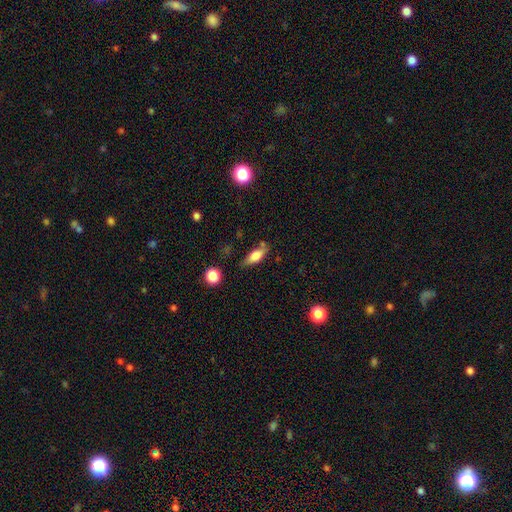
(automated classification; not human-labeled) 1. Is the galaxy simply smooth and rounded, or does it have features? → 64% smooth, 28% featured or disk, 8% star or artifact.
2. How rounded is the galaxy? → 64% in between, 32% cigar-shaped, 4% round.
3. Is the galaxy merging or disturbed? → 68% none, 20% minor disturbance, 6% merger, 6% major disturbance.